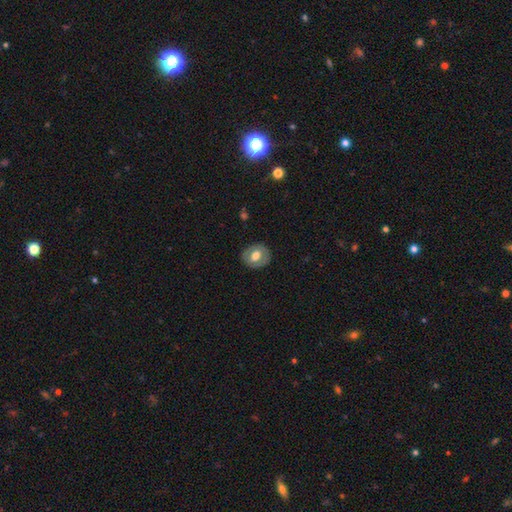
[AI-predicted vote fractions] Smooth or featured? Predicted: smooth (p=0.55). How rounded? Predicted: round (p=0.64). Merging? Predicted: none (p=0.84).